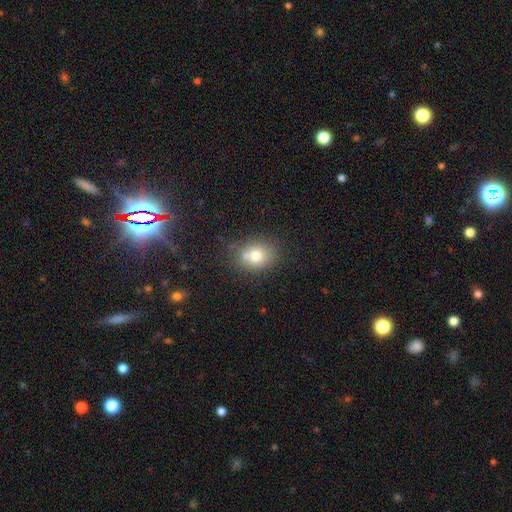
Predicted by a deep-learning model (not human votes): Smooth or featured? Predicted: smooth (p=0.73). How rounded? Predicted: round (p=0.57). Merging? Predicted: none (p=0.62).